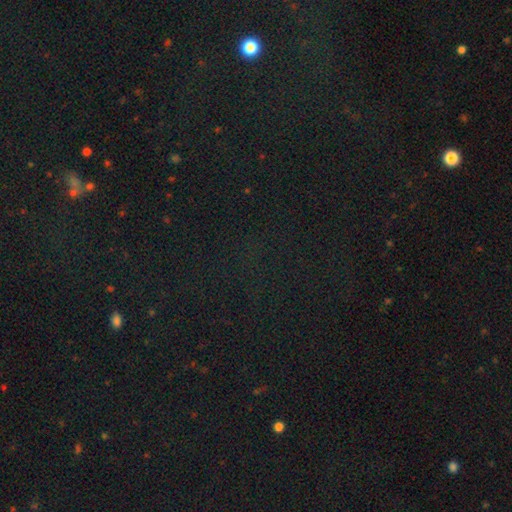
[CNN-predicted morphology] A star or artifact, not a galaxy (81%).